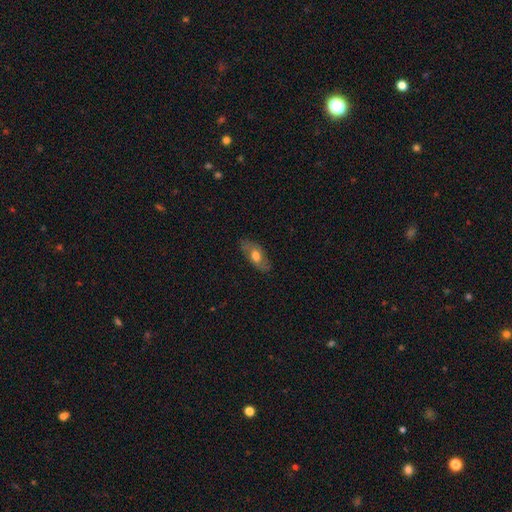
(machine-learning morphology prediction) smooth 57%, featured or disk 36%, star or artifact 7%. Down the decision tree: how rounded — in between (86%); merging — none (79%).